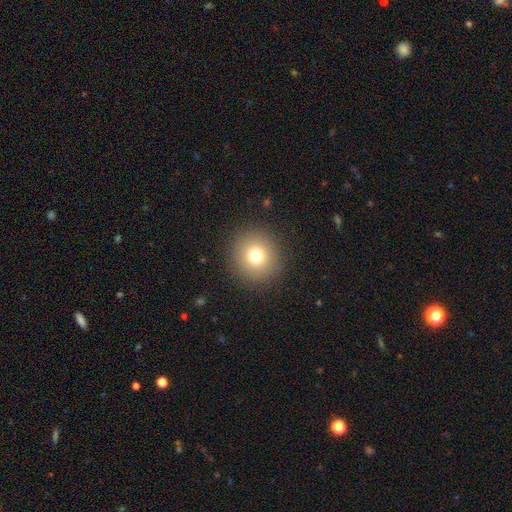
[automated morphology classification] This is likely a smooth galaxy (76%). How rounded: clearly round (91%). Merging: clearly none (90%).